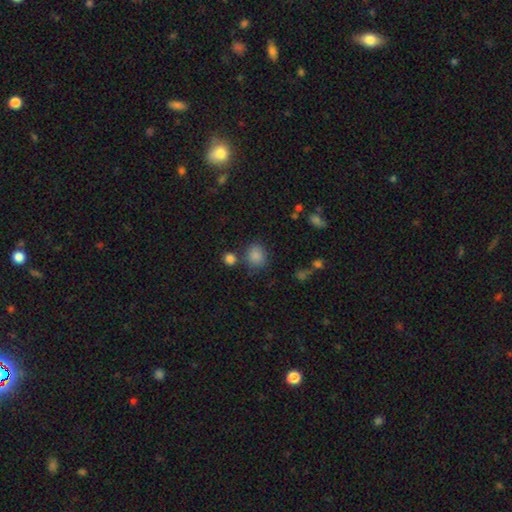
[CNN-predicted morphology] smooth_or_featured: smooth (p=0.84) [alt: star or artifact p=0.11]
how_rounded: round (p=0.69) [alt: in between p=0.30]
merging: none (p=0.73) [alt: minor disturbance p=0.13]